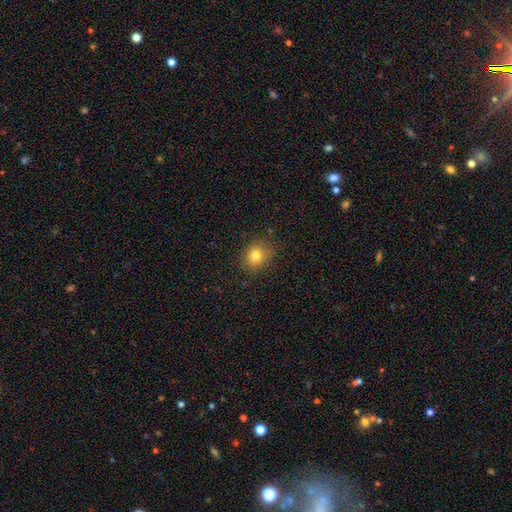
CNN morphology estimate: Smooth or featured? Predicted: smooth (p=0.79). How rounded? Predicted: round (p=0.66). Merging? Predicted: none (p=0.85).